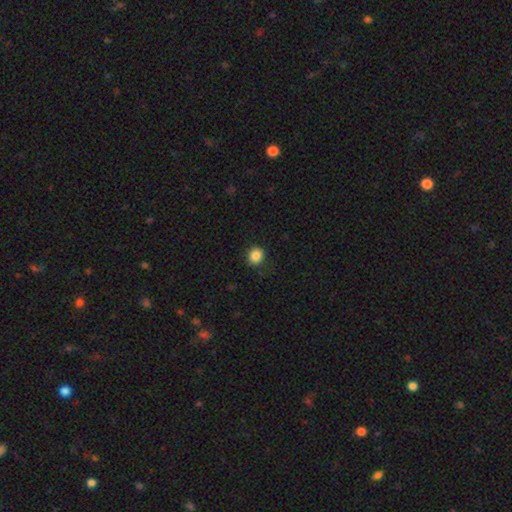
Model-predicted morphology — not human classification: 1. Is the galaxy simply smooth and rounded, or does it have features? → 86% smooth, 10% star or artifact, 4% featured or disk.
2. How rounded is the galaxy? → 82% round, 17% in between, 1% cigar-shaped.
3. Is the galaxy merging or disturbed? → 86% none, 10% minor disturbance, 3% major disturbance, 1% merger.